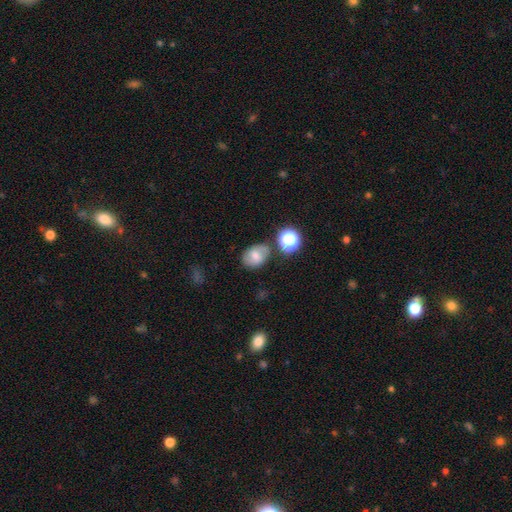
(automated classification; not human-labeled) Morphology: type=smooth (66%); roundness=in between (68%); merging=none (70%).